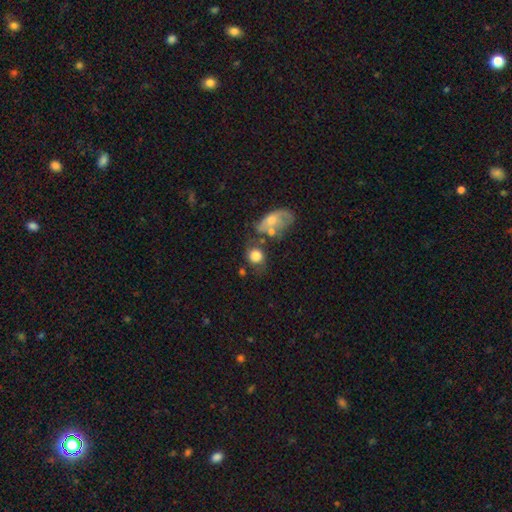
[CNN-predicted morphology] Overall: smooth (75%). How rounded: round (64%; in between 35%). Merging: none (45%; merger 21%).